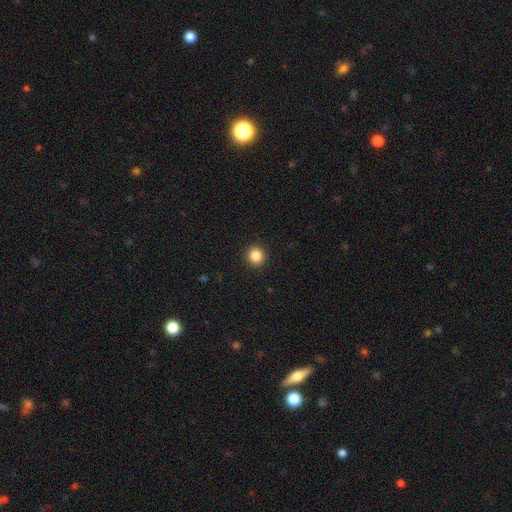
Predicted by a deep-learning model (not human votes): Smooth or featured: smooth — 86% (star or artifact — 10%)
How rounded: round — 91% (in between — 9%)
Merging: none — 92% (minor disturbance — 5%)